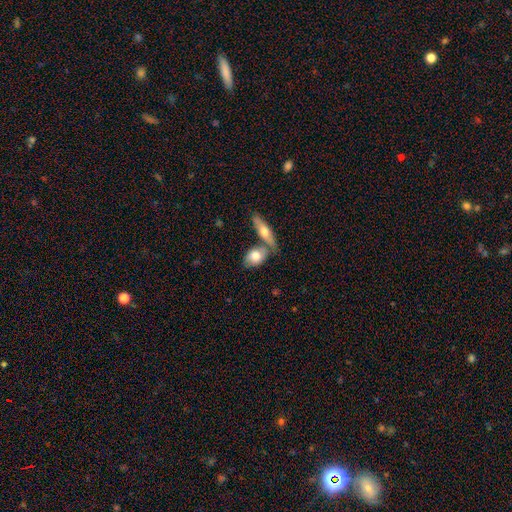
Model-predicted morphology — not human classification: A smooth galaxy with no disk features (69%) that is in between round and cigar-shaped (78%). Merging: merger (43%).